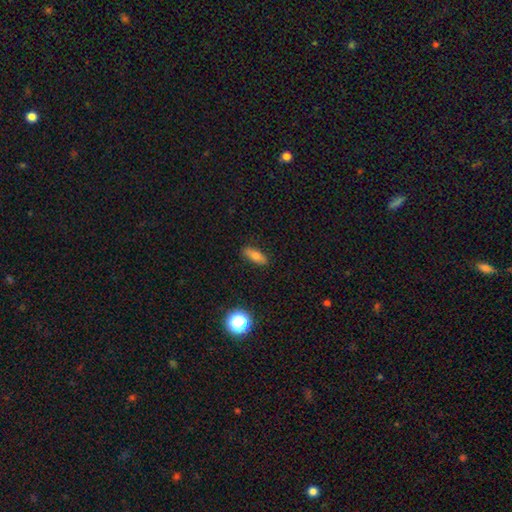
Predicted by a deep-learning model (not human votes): Overall: smooth (70%). How rounded: in between (60%; cigar-shaped 35%). Merging: none (88%).